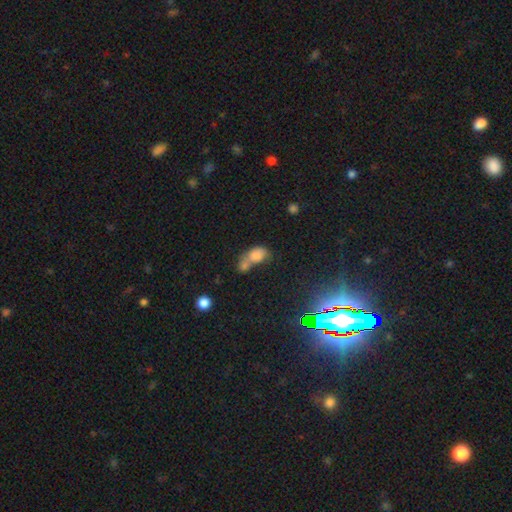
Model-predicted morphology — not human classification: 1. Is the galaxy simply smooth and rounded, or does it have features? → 72% smooth, 15% star or artifact, 13% featured or disk.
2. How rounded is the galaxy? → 77% in between, 21% round, 3% cigar-shaped.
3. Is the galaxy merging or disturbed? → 63% merger, 19% none, 10% minor disturbance, 8% major disturbance.